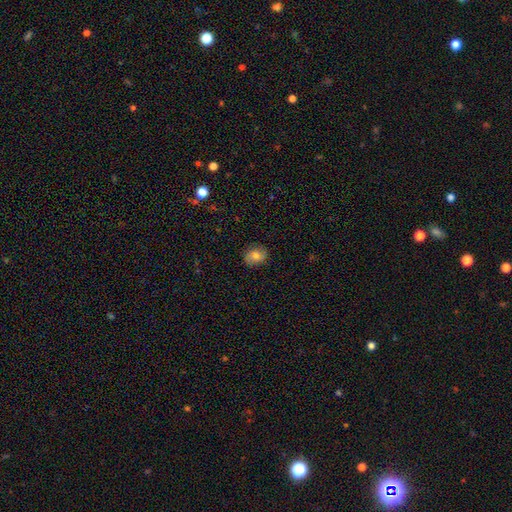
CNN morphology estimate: A smooth galaxy with no disk features (59%) that is round (54%).

Vote fractions:
- Smooth or featured? smooth: 59% / featured or disk: 32% / star or artifact: 10%
- How rounded? round: 54% / in between: 44% / cigar-shaped: 1%
- Merging? none: 83% / minor disturbance: 13% / major disturbance: 3% / merger: 1%